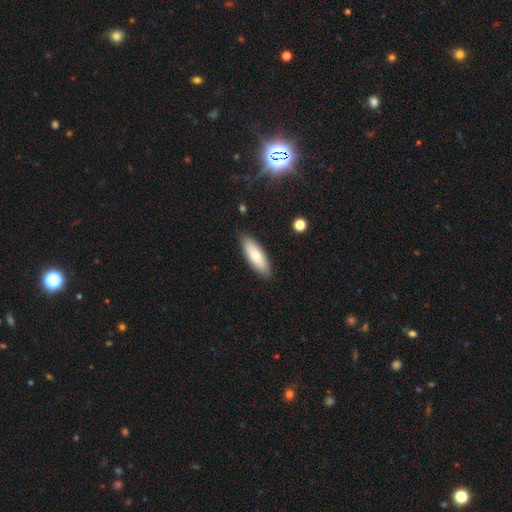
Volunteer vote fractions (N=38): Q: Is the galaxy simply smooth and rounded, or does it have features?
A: smooth — 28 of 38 (74%).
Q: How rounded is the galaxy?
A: in between — 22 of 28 (79%).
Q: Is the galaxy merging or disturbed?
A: none — 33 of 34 (97%).